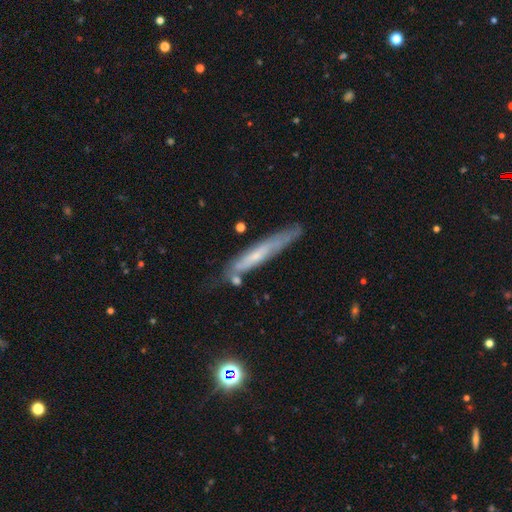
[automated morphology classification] This appears to be a featured or disk galaxy (52%) viewed edge-on (74%). Merging: none (64%).